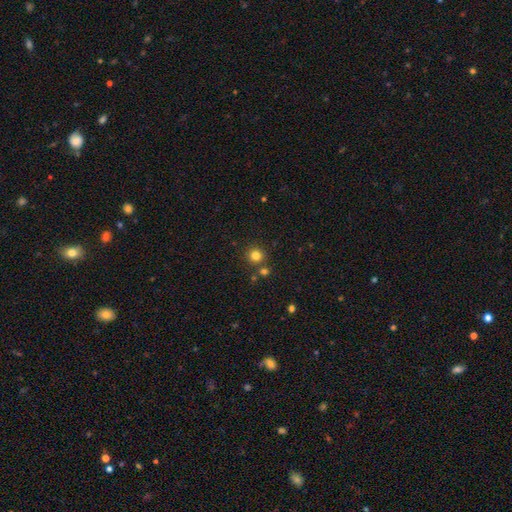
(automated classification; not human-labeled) Smooth or featured? Predicted: smooth (p=0.80). How rounded? Predicted: round (p=0.93). Merging? Predicted: none (p=0.81).